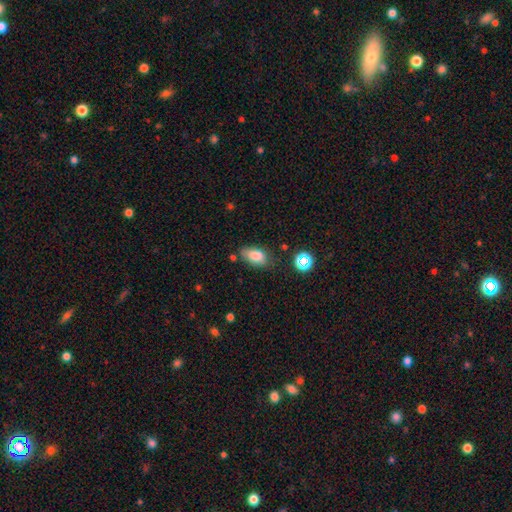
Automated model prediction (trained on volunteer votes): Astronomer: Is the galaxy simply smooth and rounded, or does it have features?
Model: smooth — 81%.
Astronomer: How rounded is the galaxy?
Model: in between — 90%.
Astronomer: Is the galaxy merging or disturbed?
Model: none — 68%.